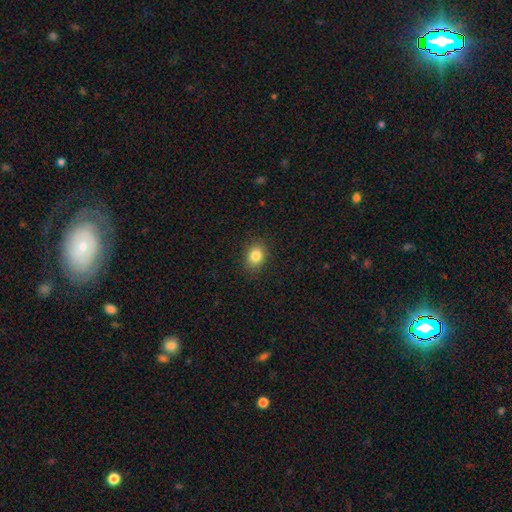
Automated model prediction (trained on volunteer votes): Smooth or featured? smooth (84%)
How rounded? in between (53%)
Merging? none (88%)